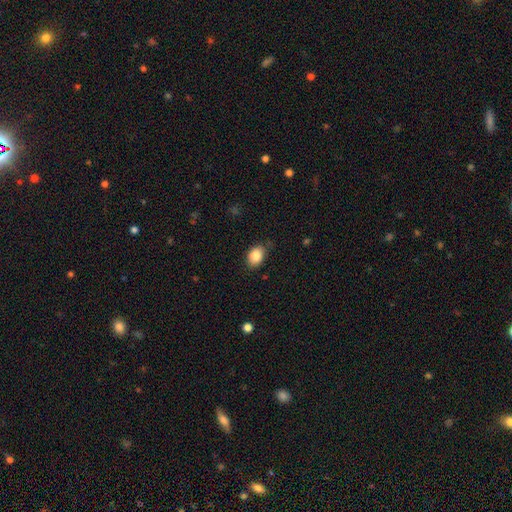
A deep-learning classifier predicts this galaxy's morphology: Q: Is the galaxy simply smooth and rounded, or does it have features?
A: smooth — 87%.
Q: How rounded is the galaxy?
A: in between — 74%.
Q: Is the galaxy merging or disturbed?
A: none — 79%.